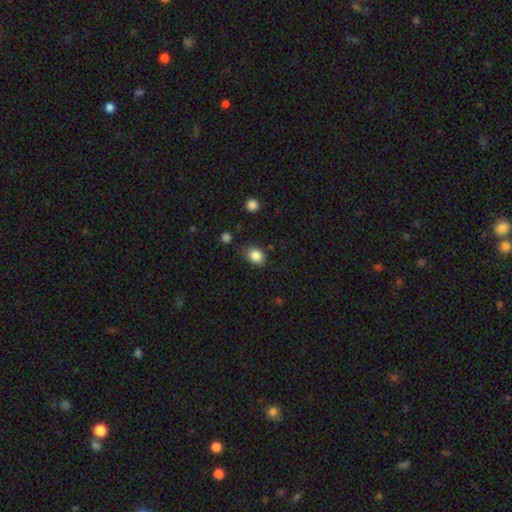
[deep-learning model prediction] This is clearly a smooth galaxy (86%). How rounded: possibly in between (59%). Merging: likely none (75%).